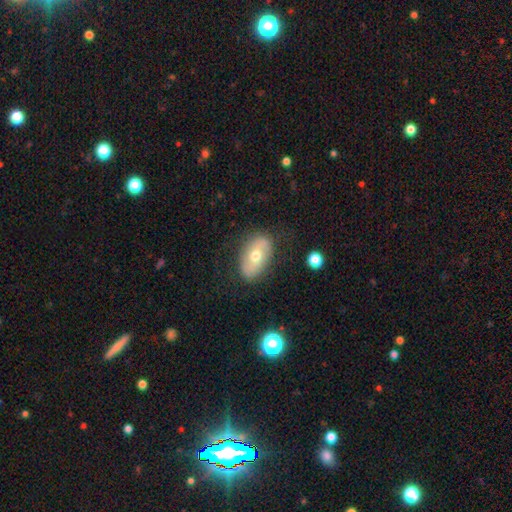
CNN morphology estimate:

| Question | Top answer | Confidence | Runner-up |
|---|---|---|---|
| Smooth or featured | smooth | 48% | featured or disk (45%) |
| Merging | none | 80% | minor disturbance (14%) |